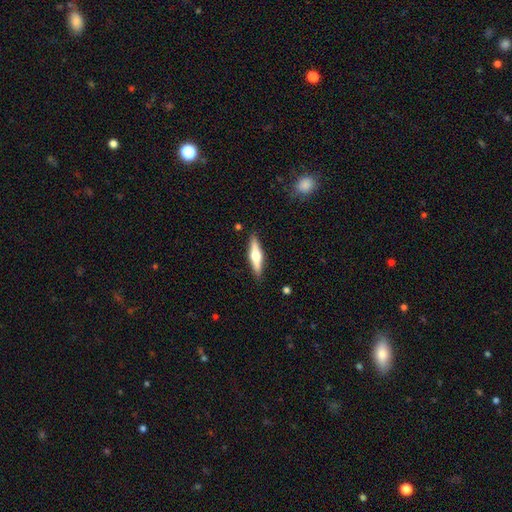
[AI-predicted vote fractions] Overall: featured or disk (58%; smooth 37%). Edge-on disk: yes (96%). Edge-on bulge: rounded (92%). Merging: none (88%).